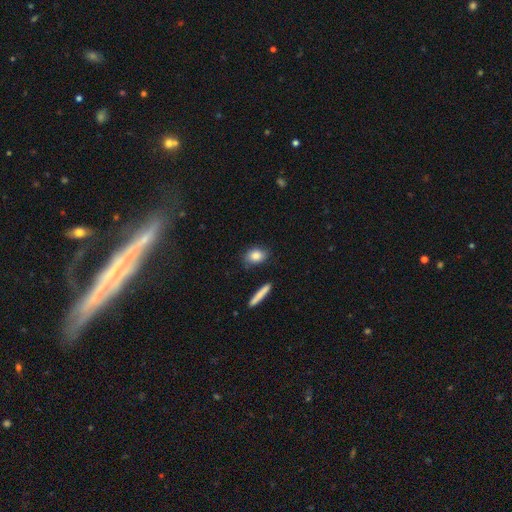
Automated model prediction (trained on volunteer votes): A smooth galaxy with no disk features (84%) that is in between round and cigar-shaped (68%).

Vote fractions:
- Smooth or featured? smooth: 84% / featured or disk: 9% / star or artifact: 7%
- How rounded? in between: 68% / round: 26% / cigar-shaped: 6%
- Merging? none: 80% / minor disturbance: 14% / merger: 3% / major disturbance: 3%